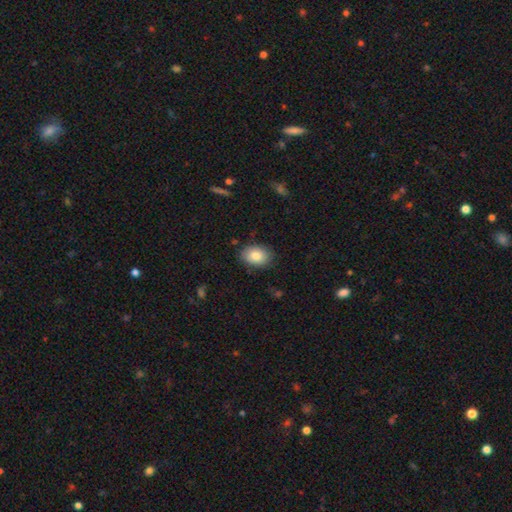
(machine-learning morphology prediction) Overall: smooth (84%). How rounded: in between (78%). Merging: none (84%).